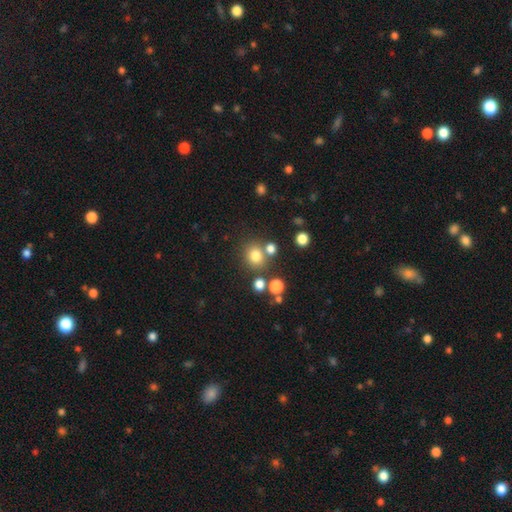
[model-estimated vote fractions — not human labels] smooth-or-featured: smooth: 77% | star or artifact: 16% | featured or disk: 8%
  how-rounded: round: 78% | in between: 22% | cigar-shaped: 1%
  merging: none: 71% | merger: 15% | minor disturbance: 10% | major disturbance: 4%